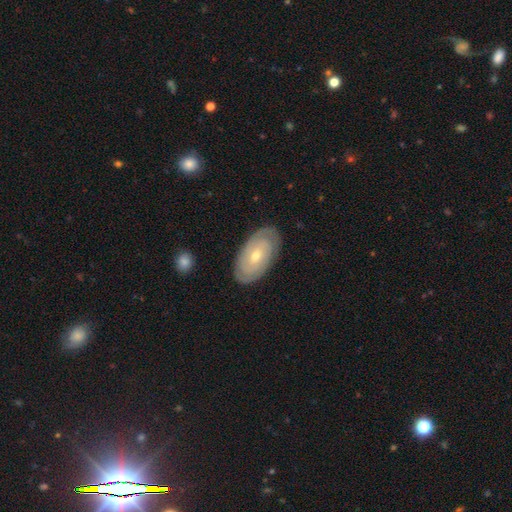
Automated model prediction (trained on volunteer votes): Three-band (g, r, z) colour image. It shows a featured or disk galaxy (70%) with no bar (65%), 2 (42%) tight (79%) spiral arms (83%) and a small central bulge (53%). Merging: none (85%).